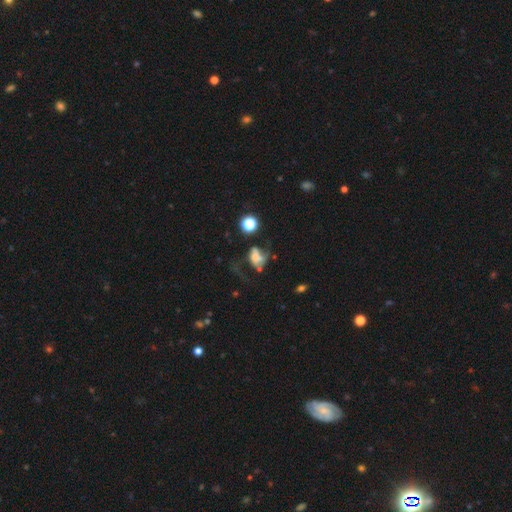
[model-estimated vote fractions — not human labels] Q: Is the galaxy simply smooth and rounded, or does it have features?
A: featured or disk — 45%.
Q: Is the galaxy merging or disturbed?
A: major disturbance — 47%.